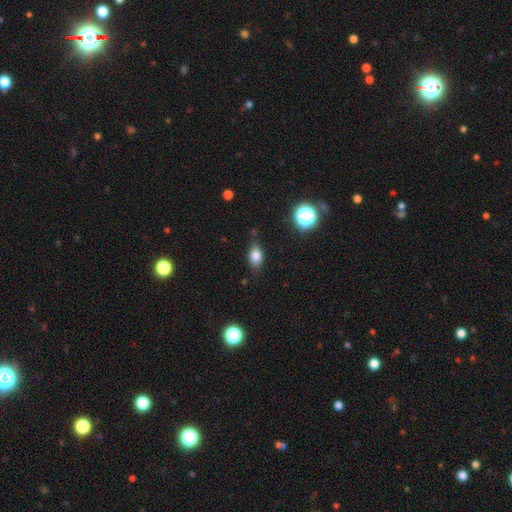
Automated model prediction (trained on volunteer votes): smooth_or_featured: smooth (p=0.79) [alt: star or artifact p=0.11]
how_rounded: in between (p=0.81) [alt: round p=0.14]
merging: none (p=0.76) [alt: minor disturbance p=0.18]